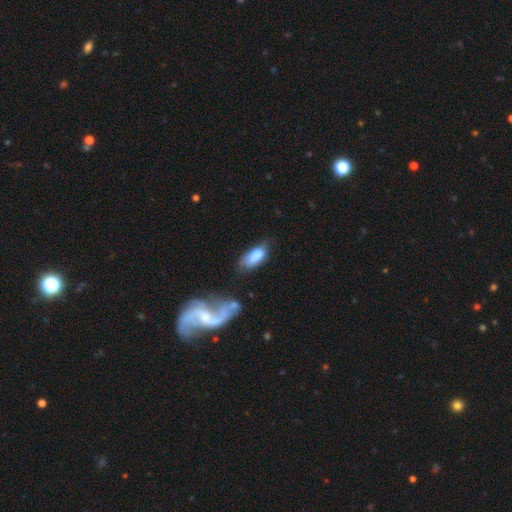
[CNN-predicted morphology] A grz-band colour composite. It shows a smooth galaxy with no disk features (80%) that is in between round and cigar-shaped (86%). Merging: none (43%).